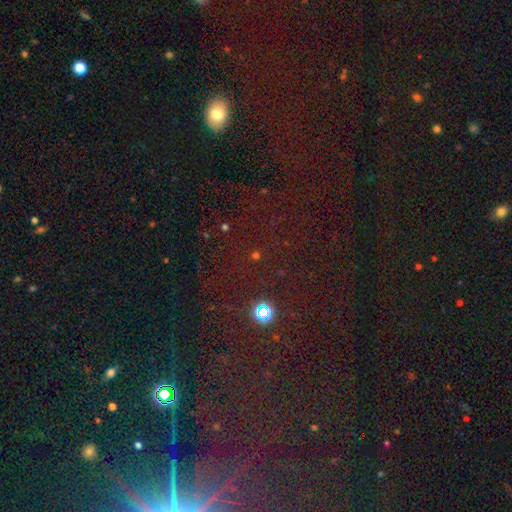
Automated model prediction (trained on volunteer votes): Q: Smooth or featured?
A: star or artifact (69%); runner-up: smooth (23%)